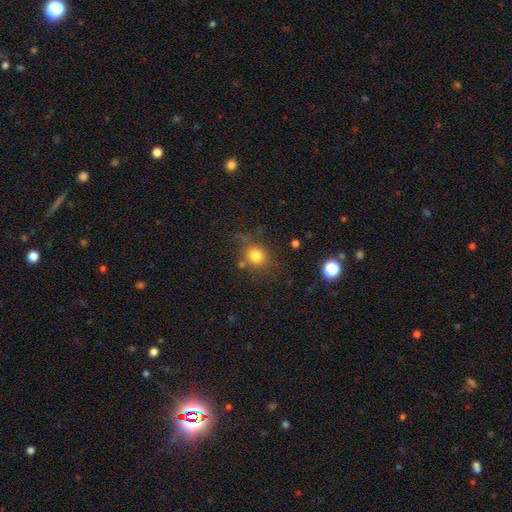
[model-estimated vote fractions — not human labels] A smooth galaxy with no disk features (78%) that is round (75%).

Vote fractions:
- Smooth or featured? smooth: 78% / star or artifact: 13% / featured or disk: 9%
- How rounded? round: 75% / in between: 24% / cigar-shaped: 1%
- Merging? none: 73% / minor disturbance: 15% / merger: 7% / major disturbance: 6%